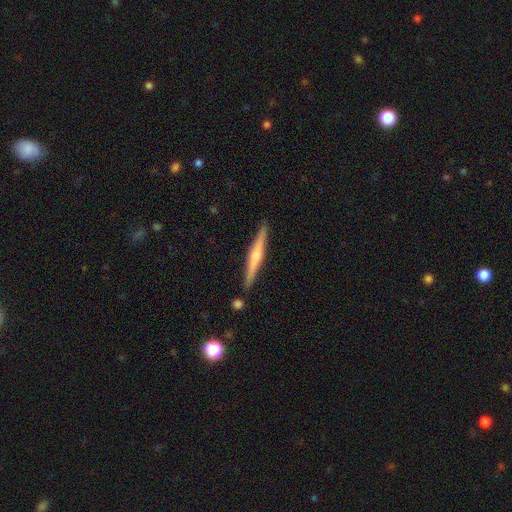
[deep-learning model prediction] featured or disk 70%, smooth 24%, star or artifact 6%. Down the decision tree: edge-on disk — yes (97%); edge-on bulge — rounded (79%); merging — none (89%).